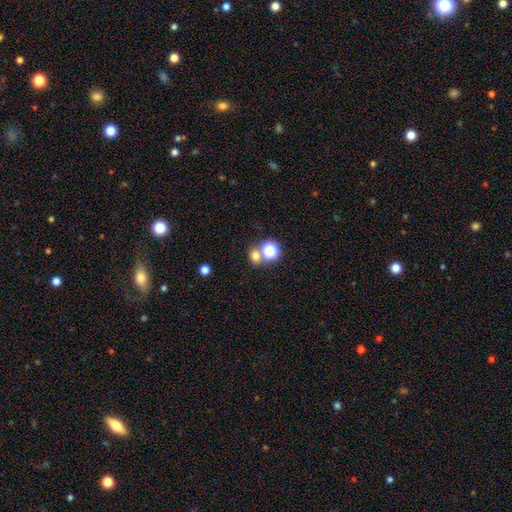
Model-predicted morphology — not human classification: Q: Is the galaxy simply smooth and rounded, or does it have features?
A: smooth — 69%.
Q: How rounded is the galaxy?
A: round — 72%.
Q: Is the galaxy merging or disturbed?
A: none — 57%.